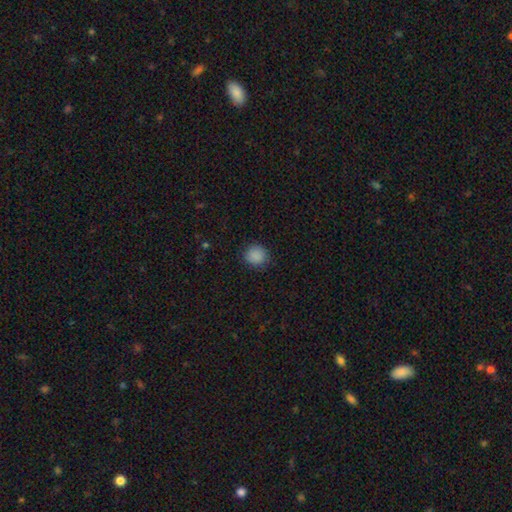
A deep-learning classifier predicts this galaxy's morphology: A smooth galaxy with no disk features (88%) that is round (90%).

Vote fractions:
- Smooth or featured? smooth: 88% / star or artifact: 9% / featured or disk: 3%
- How rounded? round: 90% / in between: 9% / cigar-shaped: 1%
- Merging? none: 88% / minor disturbance: 9% / major disturbance: 3% / merger: 1%